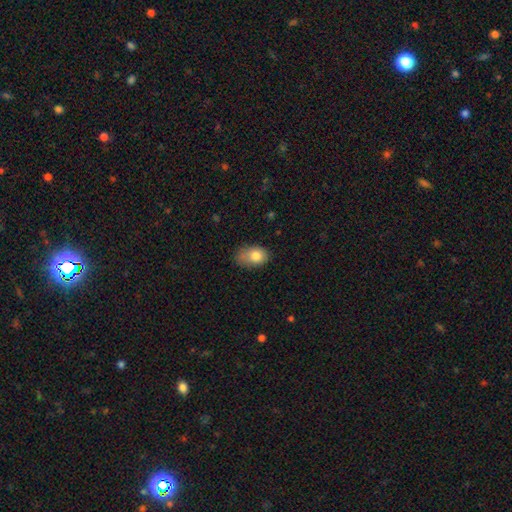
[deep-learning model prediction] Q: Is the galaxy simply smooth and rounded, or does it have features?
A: smooth — 81%.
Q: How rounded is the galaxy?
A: in between — 81%.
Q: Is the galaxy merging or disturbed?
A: none — 51%.